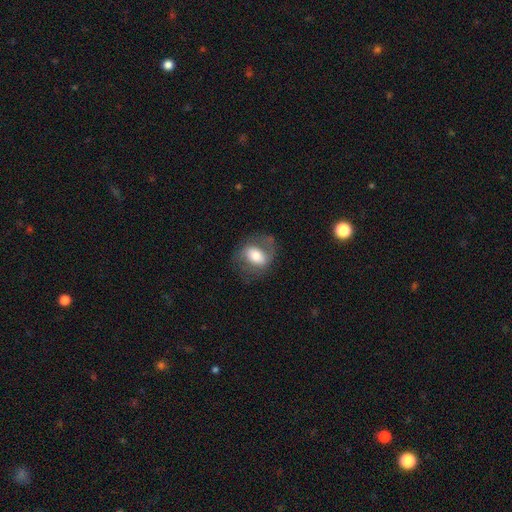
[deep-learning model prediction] Smooth or featured? smooth (52%)
How rounded? in between (70%)
Merging? none (61%)